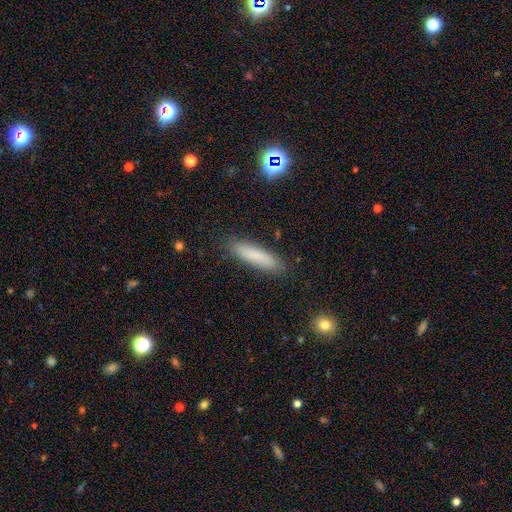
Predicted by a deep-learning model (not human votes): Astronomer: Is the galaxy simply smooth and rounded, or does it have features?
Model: smooth — 81%.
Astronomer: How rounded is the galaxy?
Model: cigar-shaped — 81%.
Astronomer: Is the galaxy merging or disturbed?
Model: none — 88%.